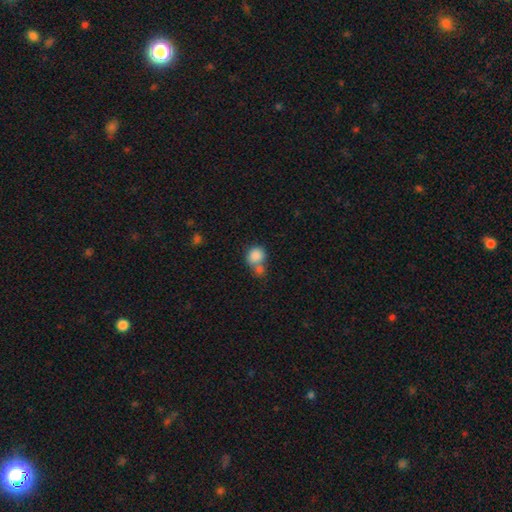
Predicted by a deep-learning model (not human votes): Morphology: type=smooth (84%); roundness=round (77%); merging=merger (50%).